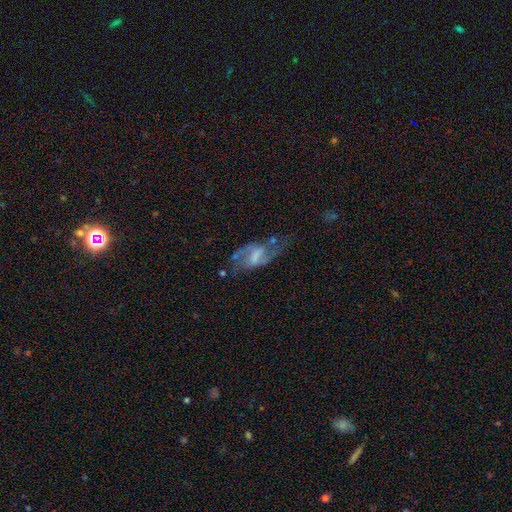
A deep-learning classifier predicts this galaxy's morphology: featured or disk 79%, smooth 13%, star or artifact 8%. Down the decision tree: edge-on disk — no (95%); bar — weak (44%); spiral arms — yes (89%); spiral arm count — 2 (89%); spiral winding — loose (48%); bulge size — none (47%); merging — none (56%).